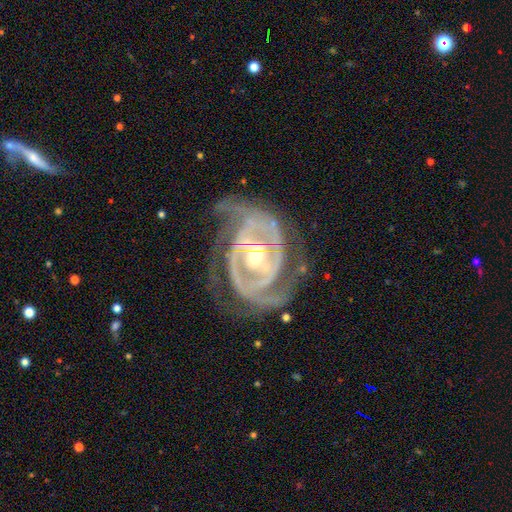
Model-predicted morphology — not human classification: This is clearly a featured or disk galaxy (92%). It is clearly not viewed edge-on (97%). Bar: marginally weak (35%). Spiral arm pattern: clearly yes (97%). Spiral arm count: possibly 2 (46%). Spiral winding: likely tight (61%). Central bulge: possibly moderate (53%). Merging: likely none (64%).